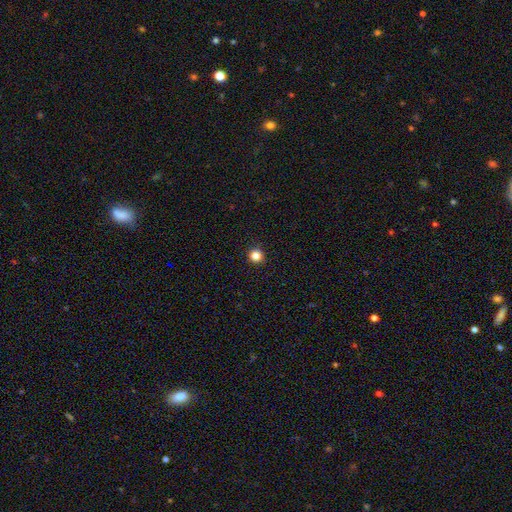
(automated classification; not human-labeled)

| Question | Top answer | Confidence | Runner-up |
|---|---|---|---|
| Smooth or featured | smooth | 84% | star or artifact (12%) |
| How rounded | round | 95% | in between (4%) |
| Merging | none | 93% | minor disturbance (4%) |